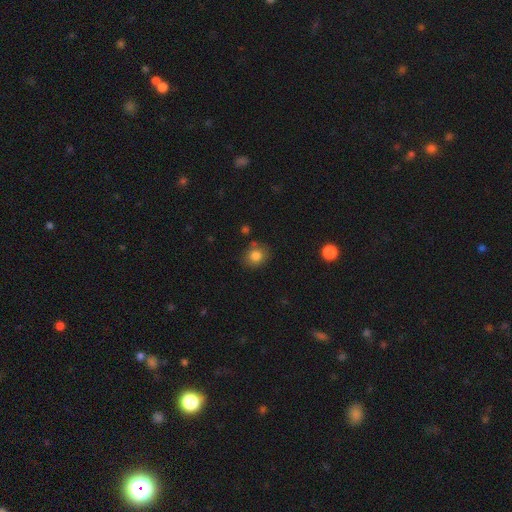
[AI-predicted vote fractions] Morphology: type=smooth (83%); roundness=round (72%); merging=none (77%).